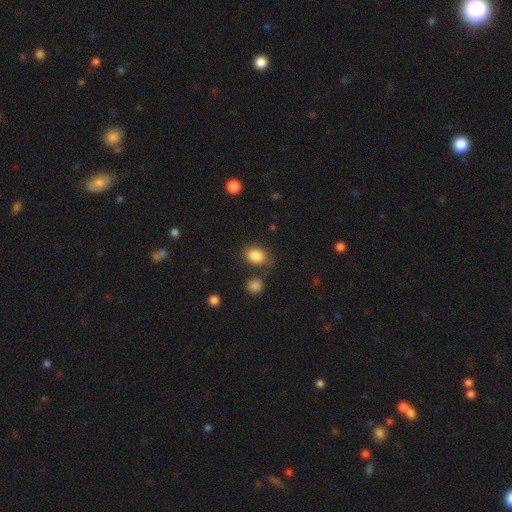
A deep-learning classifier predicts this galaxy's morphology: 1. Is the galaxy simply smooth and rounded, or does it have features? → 86% smooth, 9% star or artifact, 5% featured or disk.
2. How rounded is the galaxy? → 66% in between, 33% round, 1% cigar-shaped.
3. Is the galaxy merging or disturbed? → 69% none, 17% minor disturbance, 8% merger, 6% major disturbance.